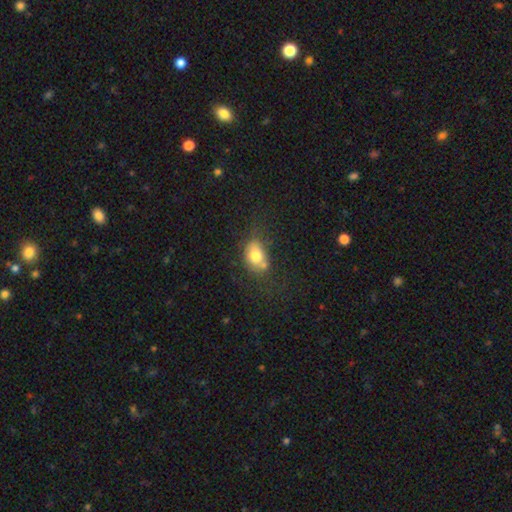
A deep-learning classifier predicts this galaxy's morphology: Smooth or featured? smooth (73%)
How rounded? in between (66%)
Merging? none (48%)